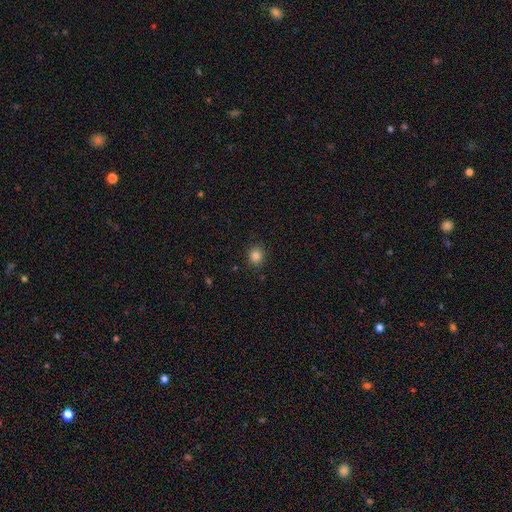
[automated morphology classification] smooth-or-featured: smooth: 85% | star or artifact: 11% | featured or disk: 4%
  how-rounded: round: 77% | in between: 22% | cigar-shaped: 1%
  merging: none: 89% | minor disturbance: 8% | major disturbance: 2% | merger: 1%